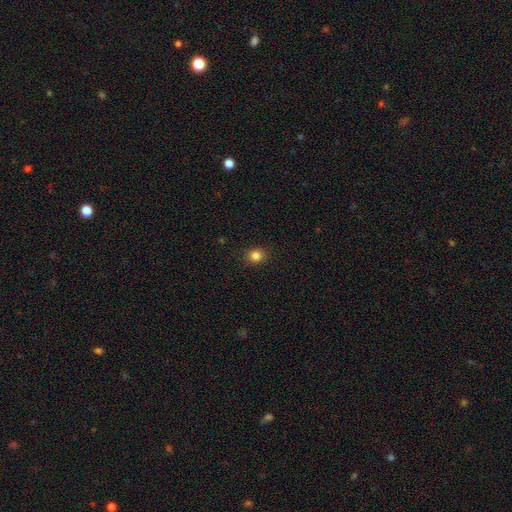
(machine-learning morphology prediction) A smooth galaxy with no disk features (83%) that is round (80%). Merging: none (90%).